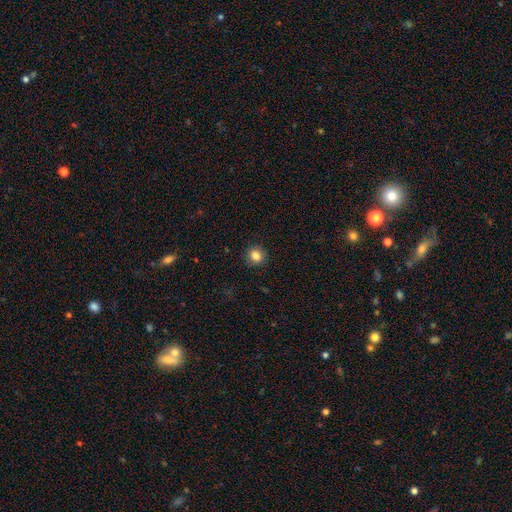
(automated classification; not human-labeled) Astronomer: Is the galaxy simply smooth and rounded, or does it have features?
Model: smooth — 85%.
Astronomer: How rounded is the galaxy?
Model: round — 82%.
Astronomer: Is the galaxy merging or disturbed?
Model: none — 89%.